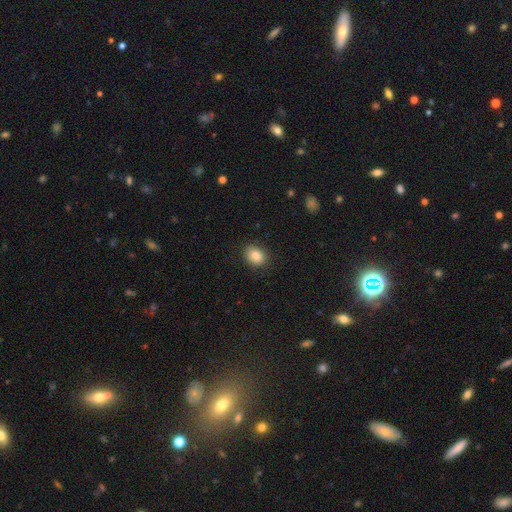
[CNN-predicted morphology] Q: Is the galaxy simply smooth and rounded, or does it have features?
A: smooth — 85%.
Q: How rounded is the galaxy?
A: in between — 51%.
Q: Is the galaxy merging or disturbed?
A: none — 88%.